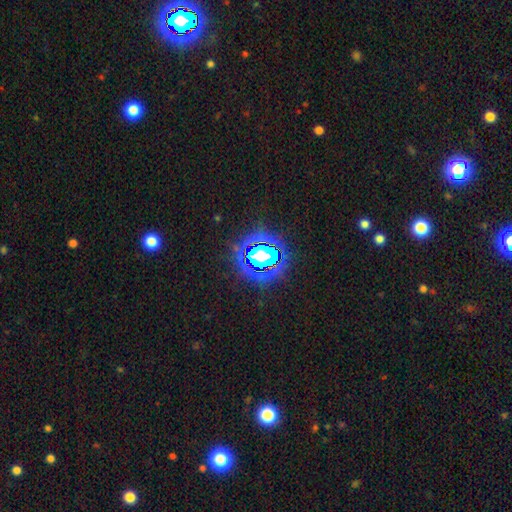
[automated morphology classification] smooth-or-featured: star or artifact: 79% | smooth: 13% | featured or disk: 8%